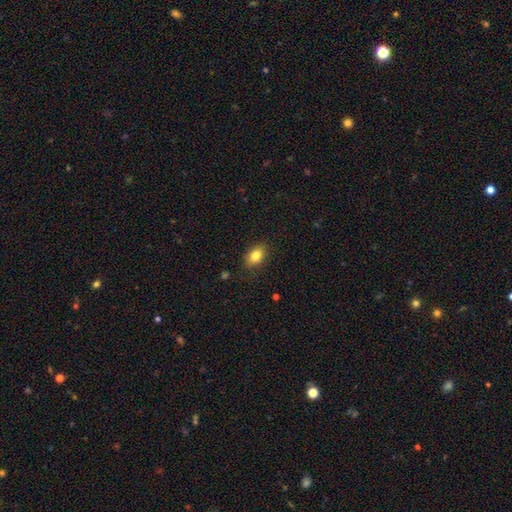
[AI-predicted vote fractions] smooth 82%, star or artifact 9%, featured or disk 9%. Down the decision tree: how rounded — in between (81%); merging — none (85%).